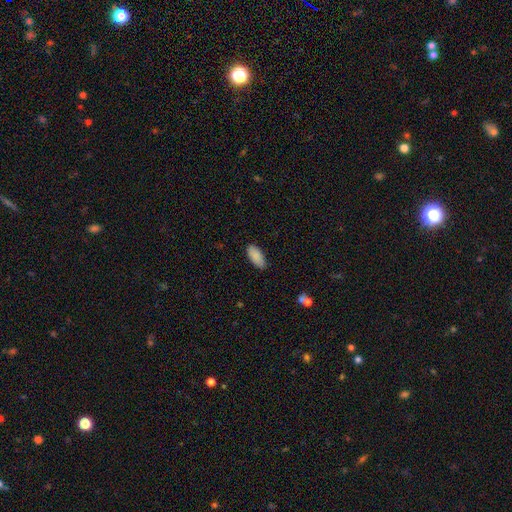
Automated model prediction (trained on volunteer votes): This is clearly a smooth galaxy (89%). How rounded: clearly in between (90%). Merging: clearly none (82%).